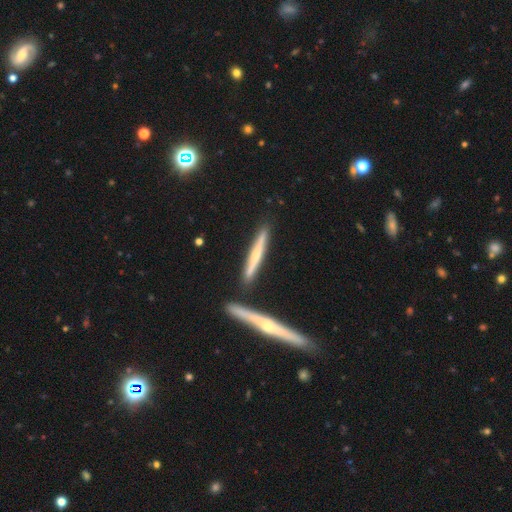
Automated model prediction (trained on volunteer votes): Morphology: type=featured or disk (60%); edge-on=yes (96%); edge-on bulge=rounded (58%); merging=none (81%).